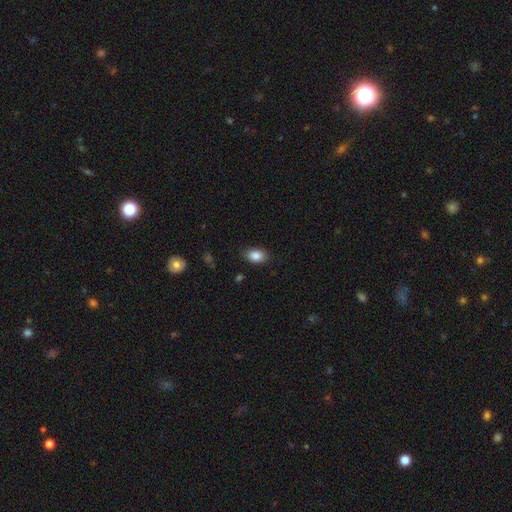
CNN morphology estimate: Q: Smooth or featured?
A: smooth (87%); runner-up: star or artifact (8%)
Q: How rounded?
A: in between (85%); runner-up: round (14%)
Q: Merging?
A: none (85%); runner-up: minor disturbance (11%)